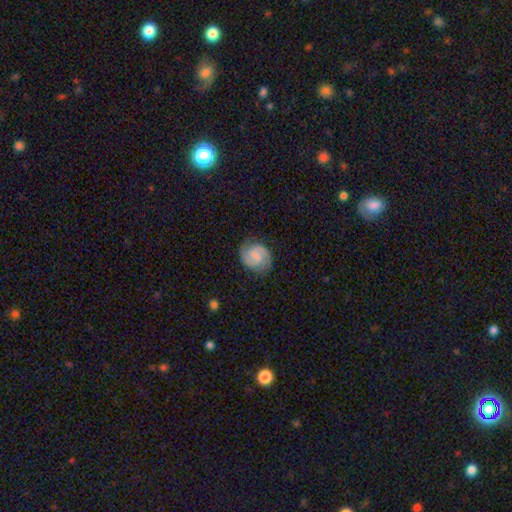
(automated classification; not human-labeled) A featured or disk galaxy (79%) with a weak bar (56%), 2 (91%) medium (50%) spiral arms (96%) and a small central bulge (48%).

Vote fractions:
- Smooth or featured? featured or disk: 79% / smooth: 16% / star or artifact: 5%
- Edge-on disk? no: 98% / yes: 2%
- Bar? weak: 56% / no: 29% / strong: 15%
- Spiral arms? yes: 96% / no: 4%
- Spiral winding? medium: 50% / tight: 37% / loose: 13%
- Spiral arm count? 2: 91% / can't tell: 4% / 1: 2% / 3: 1% / 4: 1% / more than 4: 1%
- Bulge size? small: 48% / none: 29% / moderate: 20% / large: 2% / dominant: 1%
- Merging? none: 81% / minor disturbance: 14% / major disturbance: 4% / merger: 1%